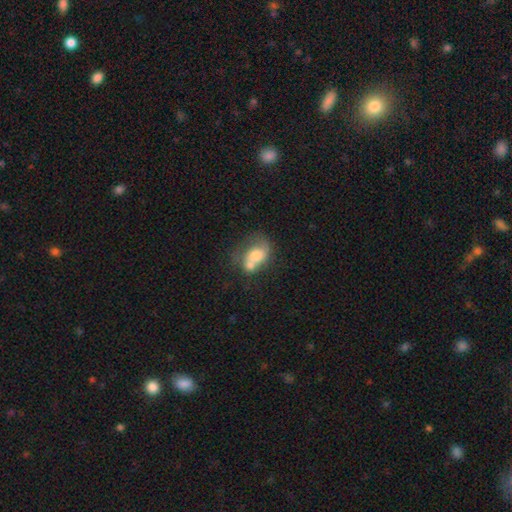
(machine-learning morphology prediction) type=smooth (52%); roundness=in between (69%); merging=merger (52%).